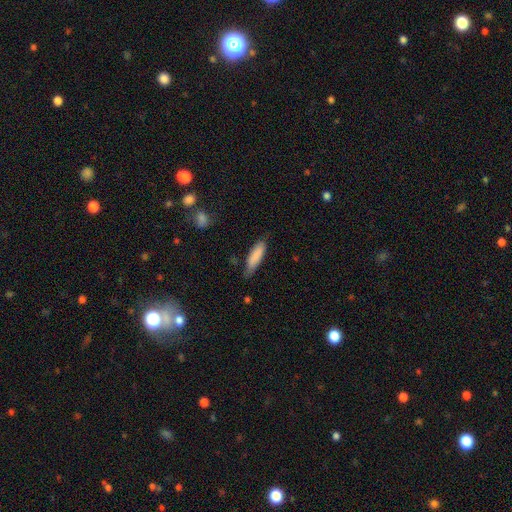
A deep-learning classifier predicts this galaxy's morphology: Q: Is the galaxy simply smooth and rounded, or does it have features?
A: smooth — 84%.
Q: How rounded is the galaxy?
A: cigar-shaped — 62%.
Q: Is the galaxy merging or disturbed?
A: none — 67%.